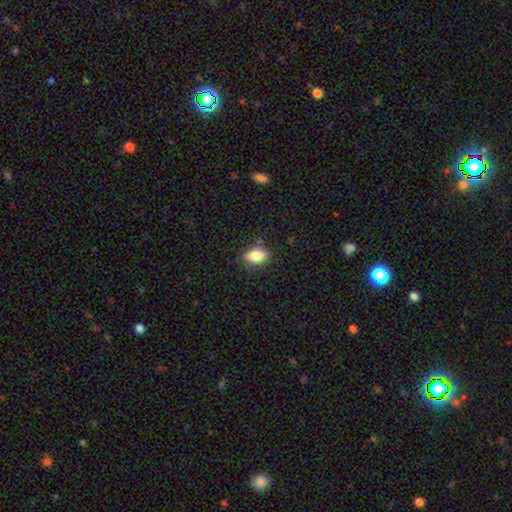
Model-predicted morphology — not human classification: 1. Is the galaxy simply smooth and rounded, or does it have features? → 84% smooth, 9% star or artifact, 7% featured or disk.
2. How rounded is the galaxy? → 85% in between, 12% round, 3% cigar-shaped.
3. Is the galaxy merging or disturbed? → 83% none, 12% minor disturbance, 3% major disturbance, 2% merger.